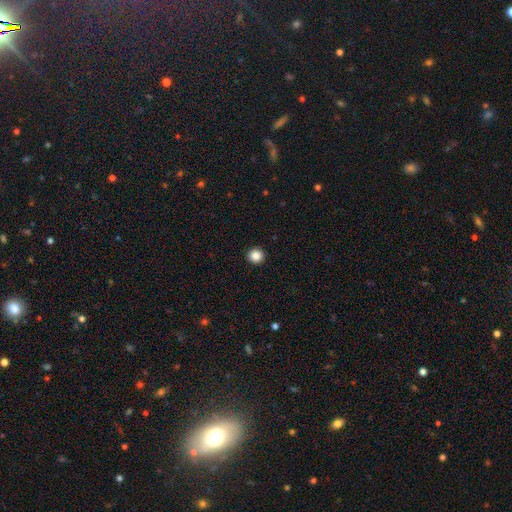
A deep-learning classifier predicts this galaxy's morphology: Smooth or featured: smooth — 87% (star or artifact — 10%)
How rounded: round — 95% (in between — 4%)
Merging: none — 94% (minor disturbance — 4%)